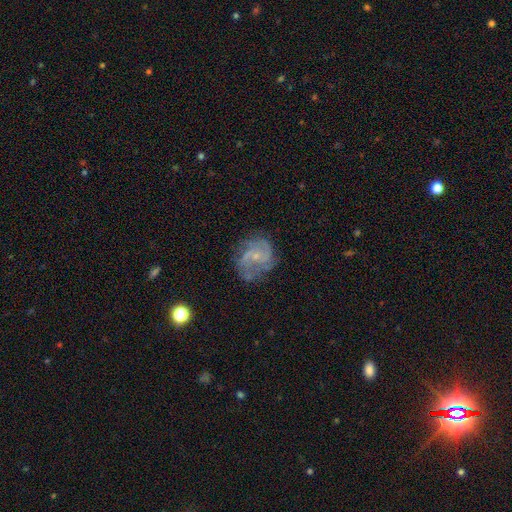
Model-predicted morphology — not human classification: Smooth or featured?
  - featured or disk: 81% *
  - smooth: 12%
  - star or artifact: 8%
Edge-on disk?
  - no: 98% *
  - yes: 2%
Bar?
  - no: 66% *
  - weak: 29%
  - strong: 5%
Spiral arms?
  - yes: 93% *
  - no: 7%
Spiral winding?
  - medium: 48% *
  - tight: 36%
  - loose: 15%
Spiral arm count?
  - 2: 33% *
  - 3: 30%
  - can't tell: 19%
  - 4: 8%
  - 1: 5%
  - more than 4: 5%
Bulge size?
  - small: 77% *
  - moderate: 14%
  - none: 7%
  - large: 1%
  - dominant: 1%
Merging?
  - none: 66% *
  - minor disturbance: 21%
  - major disturbance: 11%
  - merger: 2%